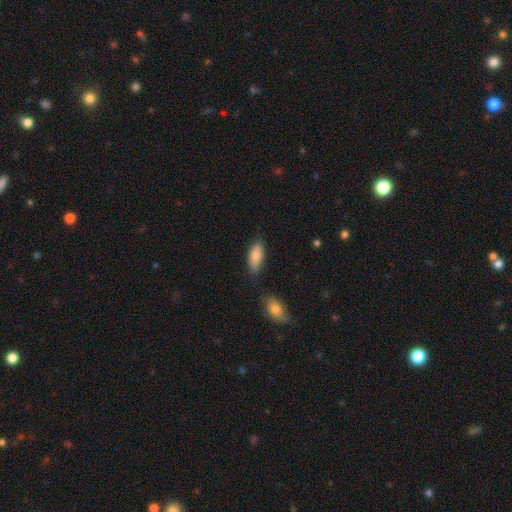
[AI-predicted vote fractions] A smooth galaxy with no disk features (85%) that is in between round and cigar-shaped (84%).

Vote fractions:
- Smooth or featured? smooth: 85% / featured or disk: 8% / star or artifact: 6%
- How rounded? in between: 84% / cigar-shaped: 14% / round: 2%
- Merging? none: 77% / minor disturbance: 15% / merger: 5% / major disturbance: 3%